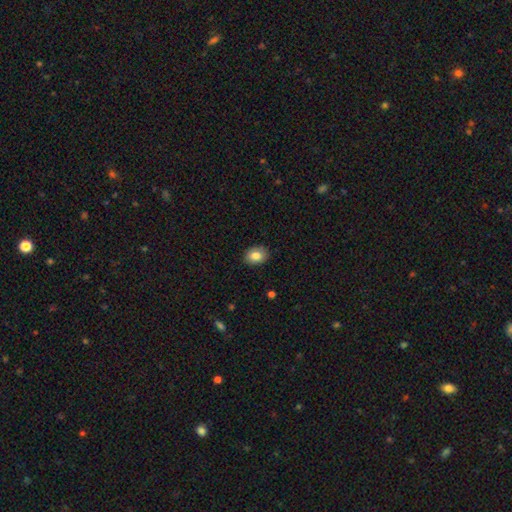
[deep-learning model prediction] Smooth or featured: smooth — 83% (featured or disk — 9%)
How rounded: in between — 66% (round — 33%)
Merging: none — 88% (minor disturbance — 9%)